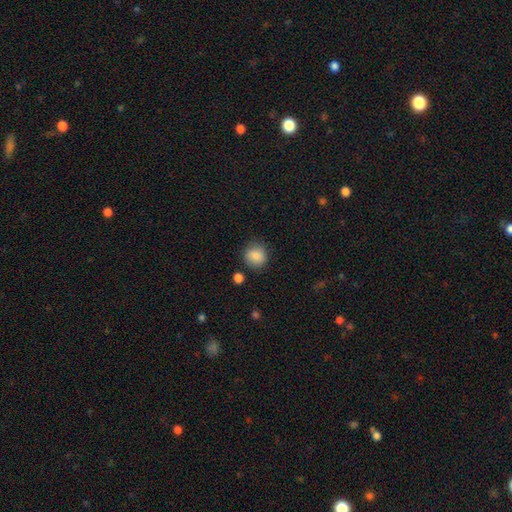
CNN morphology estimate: Smooth or featured: smooth — 87% (star or artifact — 9%)
How rounded: round — 88% (in between — 11%)
Merging: none — 83% (minor disturbance — 11%)